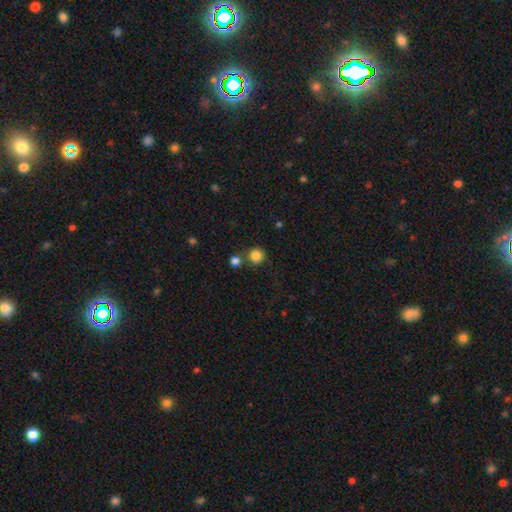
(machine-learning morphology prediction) smooth_or_featured: smooth (p=0.84) [alt: star or artifact p=0.12]
how_rounded: round (p=0.91) [alt: in between p=0.08]
merging: none (p=0.71) [alt: merger p=0.16]